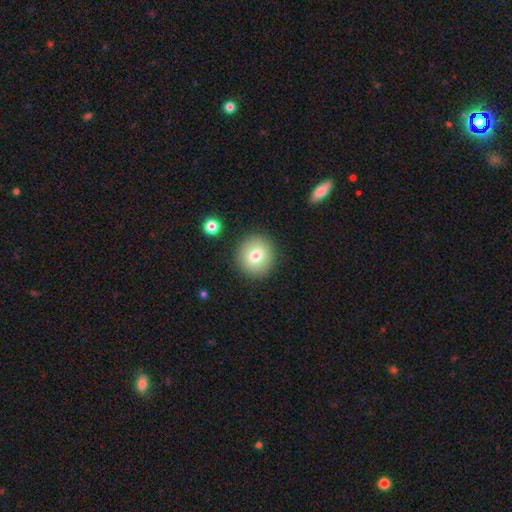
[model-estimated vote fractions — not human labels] Morphology: type=smooth (76%); roundness=round (87%); merging=none (88%).